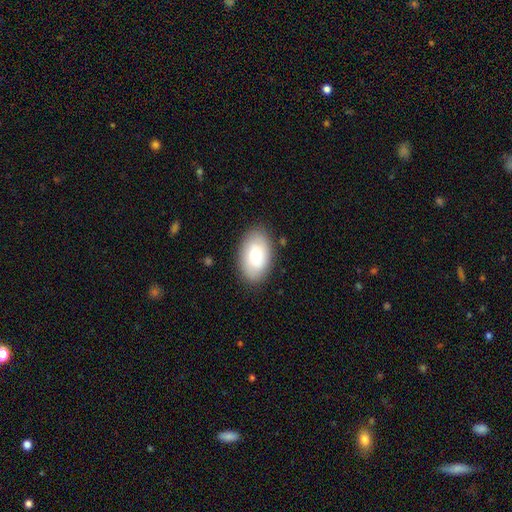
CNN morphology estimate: A smooth galaxy with no disk features (70%) that is in between round and cigar-shaped (93%).

Vote fractions:
- Smooth or featured? smooth: 70% / featured or disk: 23% / star or artifact: 6%
- How rounded? in between: 93% / round: 6% / cigar-shaped: 1%
- Merging? none: 85% / minor disturbance: 11% / major disturbance: 3% / merger: 1%